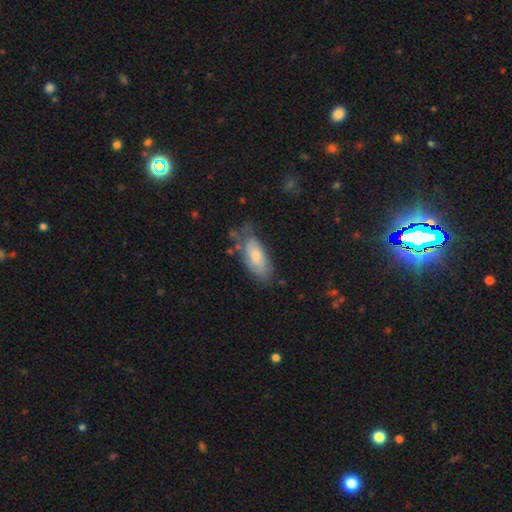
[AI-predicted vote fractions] Overall: smooth (58%; featured or disk 36%). How rounded: in between (88%). Merging: none (53%; minor disturbance 31%).